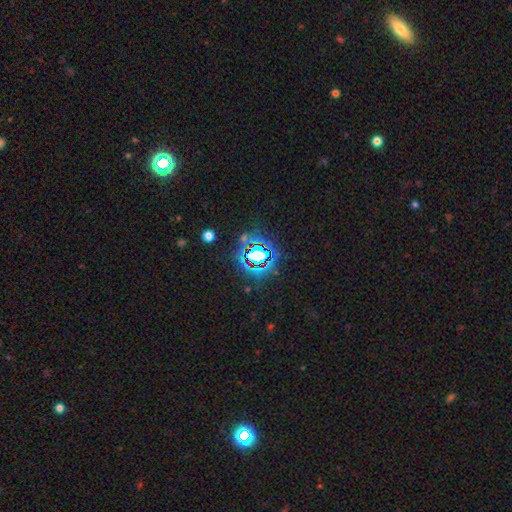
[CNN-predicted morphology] Smooth or featured? Predicted: star or artifact (p=0.78).